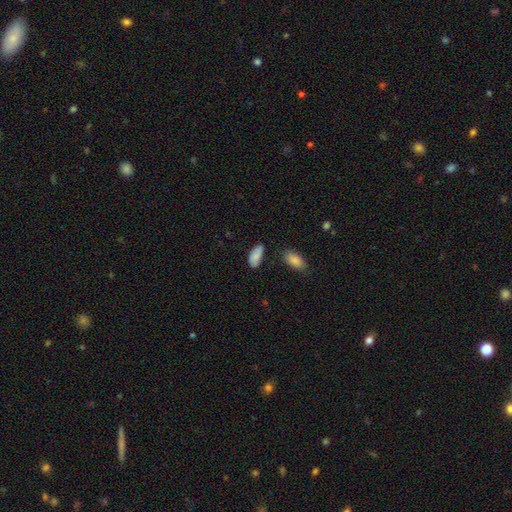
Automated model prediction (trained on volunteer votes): smooth 84%, featured or disk 9%, star or artifact 7%. Down the decision tree: how rounded — in between (90%); merging — none (66%).